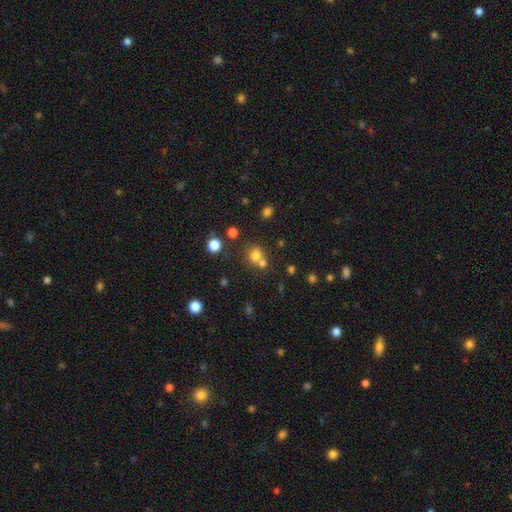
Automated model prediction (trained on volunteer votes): This is likely a smooth galaxy (73%). How rounded: clearly round (83%). Merging: possibly none (51%).